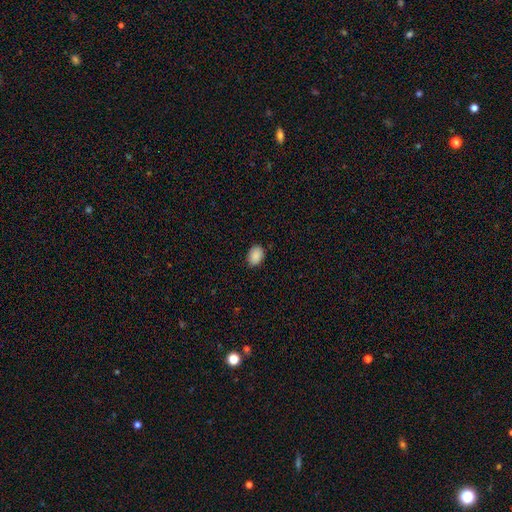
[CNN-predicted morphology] Smooth or featured? Predicted: smooth (p=0.90). How rounded? Predicted: in between (p=0.82). Merging? Predicted: none (p=0.84).